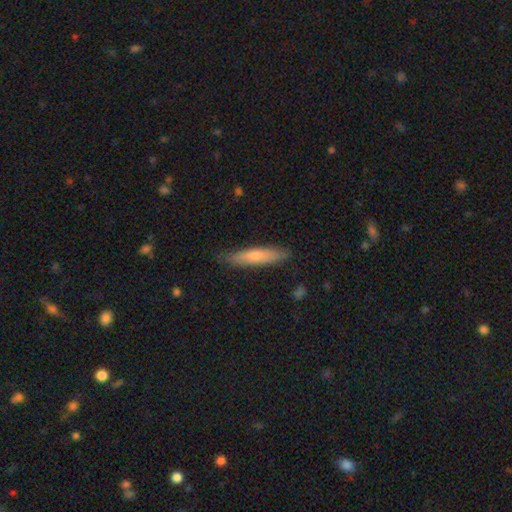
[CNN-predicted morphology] This is likely a smooth galaxy (68%). How rounded: clearly cigar-shaped (86%). Merging: clearly none (85%).